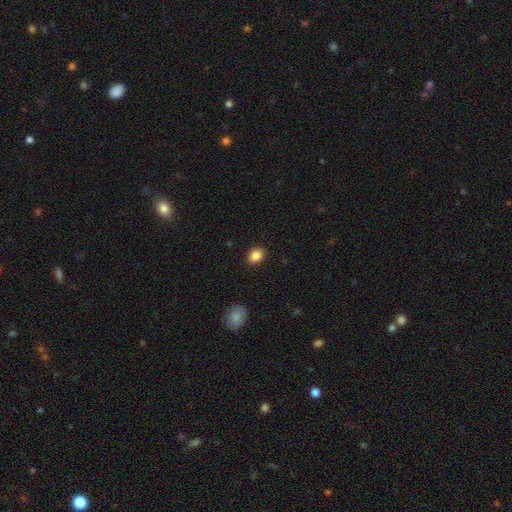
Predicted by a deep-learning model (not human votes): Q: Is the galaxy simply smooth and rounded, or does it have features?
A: smooth — 86%.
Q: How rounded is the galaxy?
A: round — 51%.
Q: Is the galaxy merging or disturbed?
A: none — 90%.